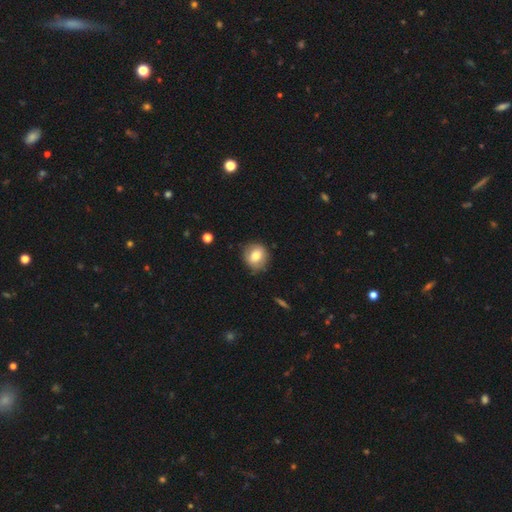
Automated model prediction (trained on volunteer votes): Morphology: type=smooth (75%); roundness=round (82%); merging=none (81%).